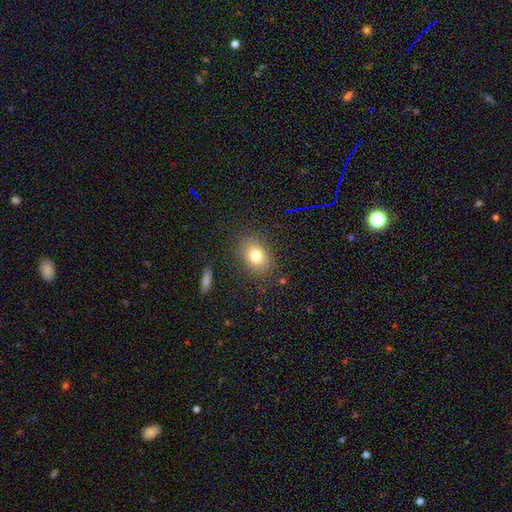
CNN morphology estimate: Smooth or featured? Predicted: smooth (p=0.77). How rounded? Predicted: in between (p=0.70). Merging? Predicted: none (p=0.83).